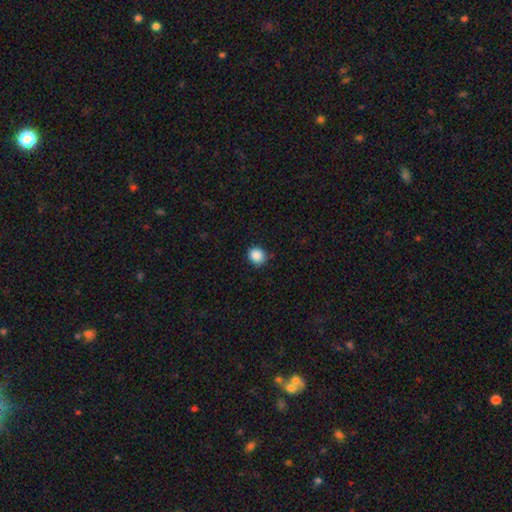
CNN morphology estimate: This is clearly a smooth galaxy (88%). How rounded: likely round (80%). Merging: clearly none (86%).